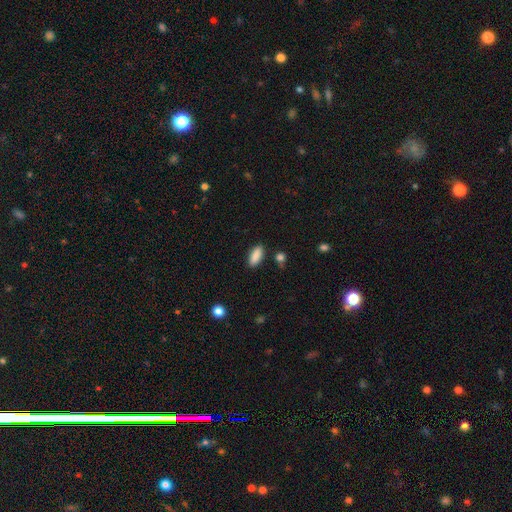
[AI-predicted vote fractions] Smooth or featured? Predicted: smooth (p=0.89). How rounded? Predicted: in between (p=0.78). Merging? Predicted: none (p=0.87).